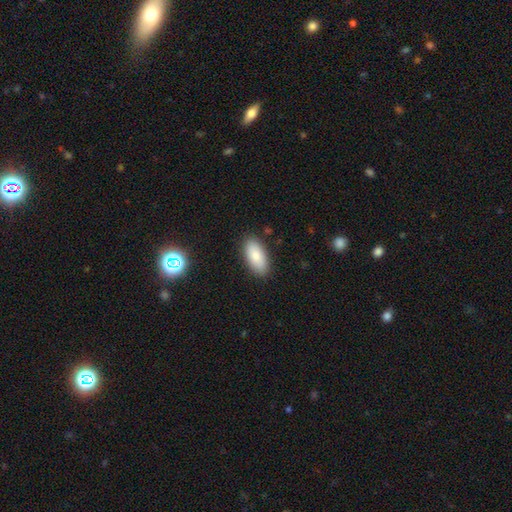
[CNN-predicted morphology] Smooth or featured?
  - smooth: 83% *
  - featured or disk: 10%
  - star or artifact: 7%
How rounded?
  - in between: 92% *
  - cigar-shaped: 6%
  - round: 2%
Merging?
  - none: 86% *
  - minor disturbance: 10%
  - major disturbance: 2%
  - merger: 1%